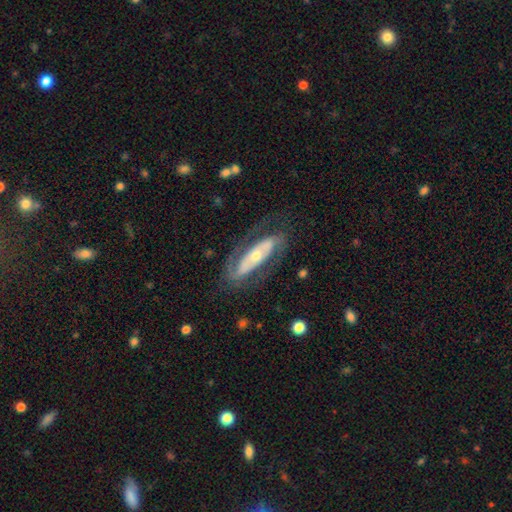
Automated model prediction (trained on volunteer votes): smooth-or-featured: featured or disk: 75% | smooth: 20% | star or artifact: 5%
  disk-edge-on: no: 83% | yes: 17%
    bar: no: 49% | strong: 33% | weak: 18%
    has-spiral-arms: yes: 76% | no: 24%
    bulge-size: small: 51% | moderate: 41% | large: 5% | dominant: 2% | none: 1%
  merging: none: 72% | minor disturbance: 16% | major disturbance: 11% | merger: 2%